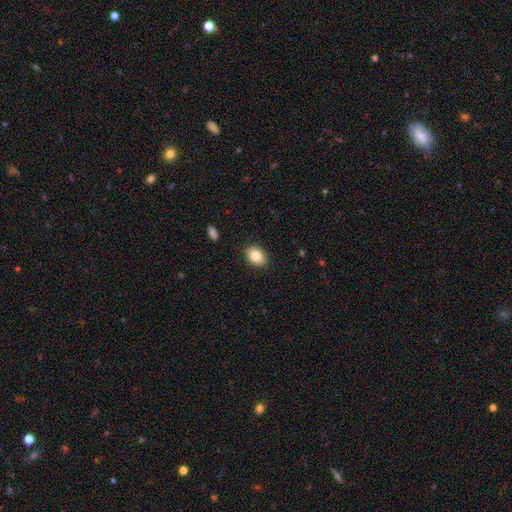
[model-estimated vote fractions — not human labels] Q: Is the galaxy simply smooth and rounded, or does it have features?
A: smooth — 83%.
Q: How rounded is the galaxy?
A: in between — 84%.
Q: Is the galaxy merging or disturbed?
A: none — 88%.